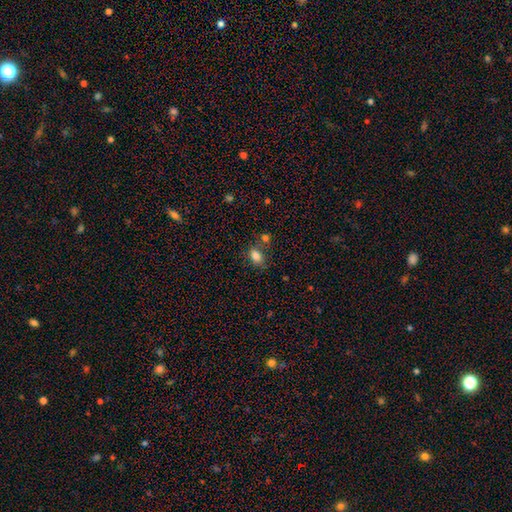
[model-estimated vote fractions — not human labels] Smooth or featured: smooth — 83% (star or artifact — 10%)
How rounded: in between — 79% (round — 19%)
Merging: none — 67% (minor disturbance — 15%)